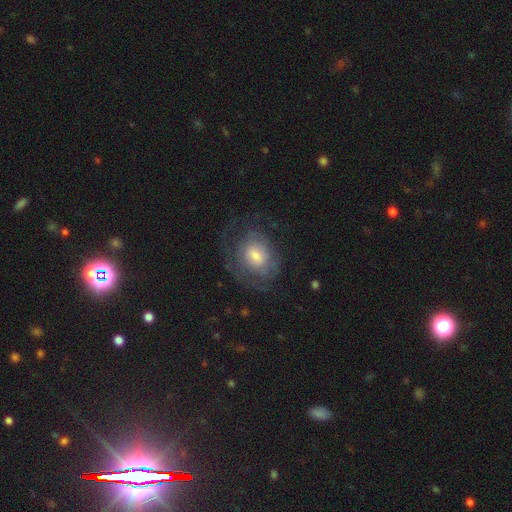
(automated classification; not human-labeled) Smooth or featured? featured or disk (52%)
Edge-on disk? no (96%)
Merging? none (56%)